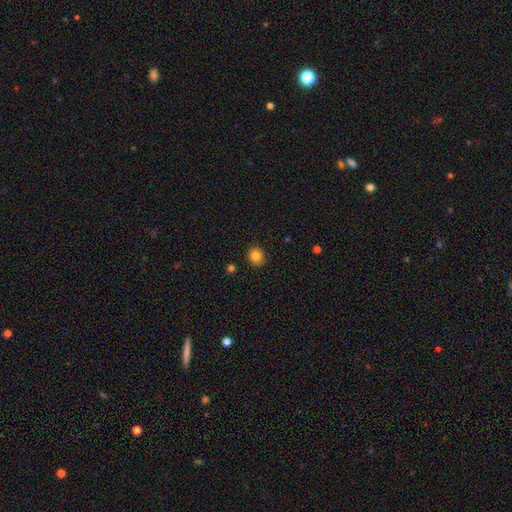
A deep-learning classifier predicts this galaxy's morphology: A smooth galaxy with no disk features (83%) that is round (82%).

Vote fractions:
- Smooth or featured? smooth: 83% / star or artifact: 11% / featured or disk: 6%
- How rounded? round: 82% / in between: 17% / cigar-shaped: 1%
- Merging? none: 90% / minor disturbance: 7% / major disturbance: 2% / merger: 1%